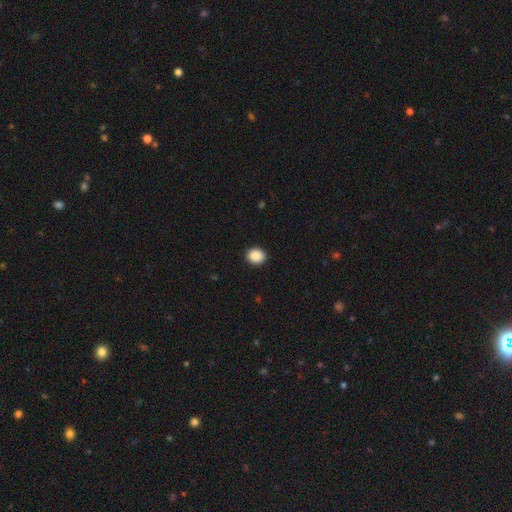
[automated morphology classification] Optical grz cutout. It shows a smooth galaxy with no disk features (89%) that is round (69%). Merging: none (92%).